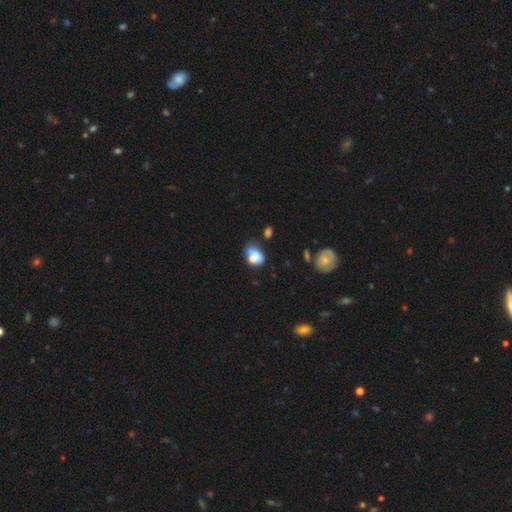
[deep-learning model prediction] smooth 66%, featured or disk 24%, star or artifact 11%. Down the decision tree: how rounded — in between (66%); merging — merger (36%).